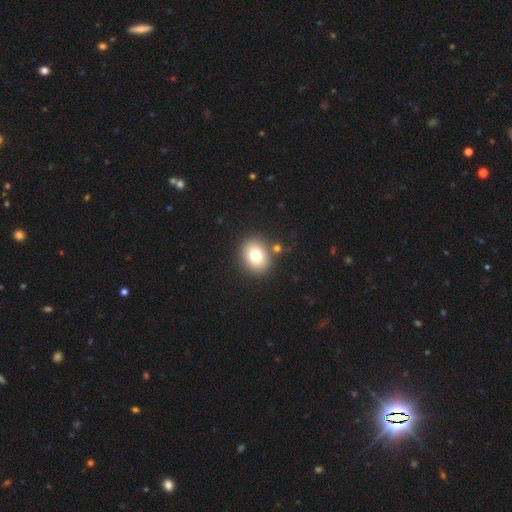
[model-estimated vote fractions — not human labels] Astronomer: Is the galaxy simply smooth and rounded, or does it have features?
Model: smooth — 76%.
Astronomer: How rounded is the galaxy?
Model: round — 60% (runner-up: in between, 39%).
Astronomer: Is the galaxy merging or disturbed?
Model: none — 84%.